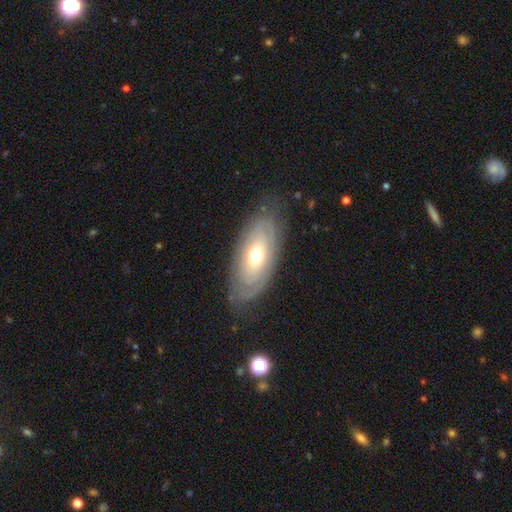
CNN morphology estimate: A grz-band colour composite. It shows a featured or disk galaxy (66%) with no bar (82%), spiral arms (62%) and a moderate central bulge (64%). Merging: none (78%).